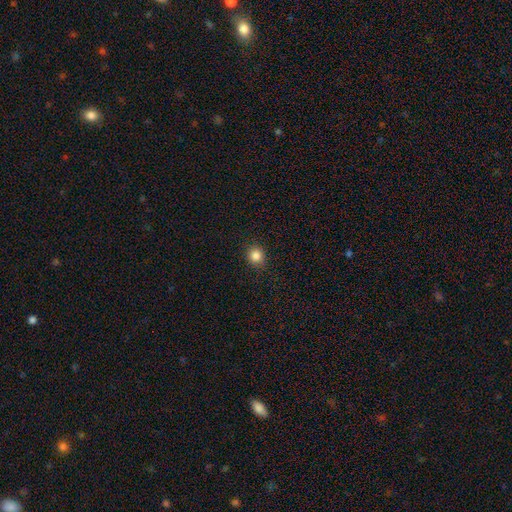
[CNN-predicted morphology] smooth 84%, star or artifact 11%, featured or disk 4%. Down the decision tree: how rounded — round (85%); merging — none (88%).